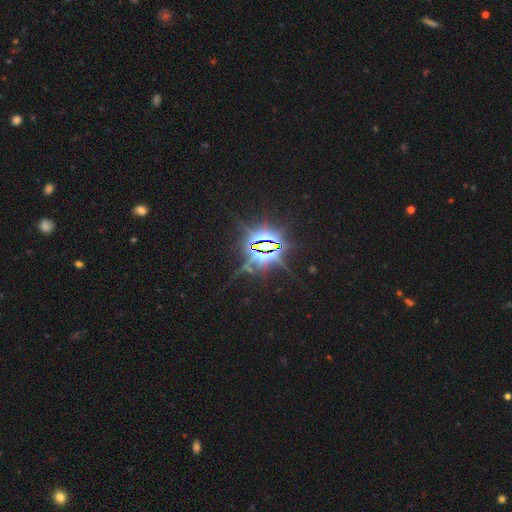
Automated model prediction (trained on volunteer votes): This is clearly a star or artifact rather than a galaxy (86%).